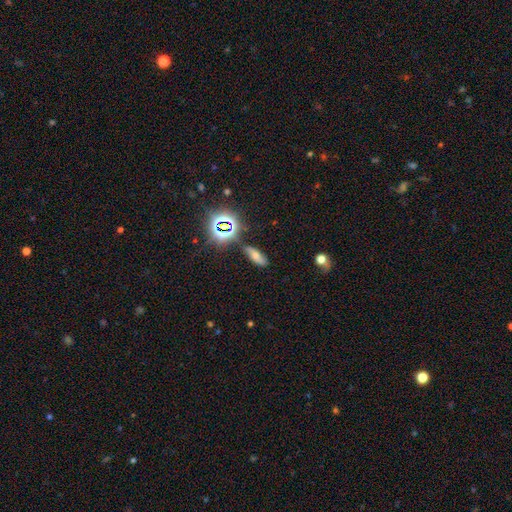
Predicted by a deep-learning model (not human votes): smooth-or-featured: smooth: 53% | star or artifact: 26% | featured or disk: 21%
  how-rounded: in between: 65% | cigar-shaped: 28% | round: 7%
  merging: none: 77% | minor disturbance: 15% | major disturbance: 4% | merger: 4%